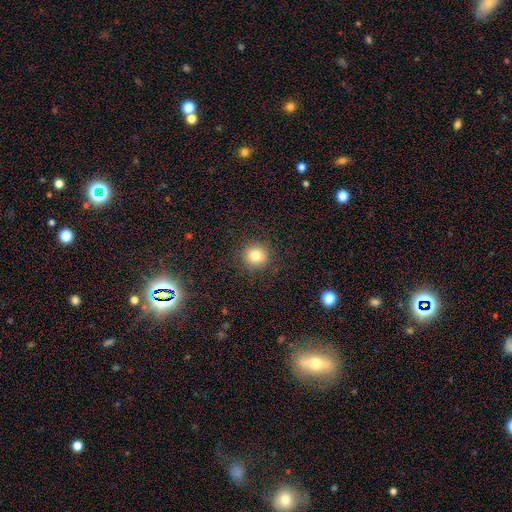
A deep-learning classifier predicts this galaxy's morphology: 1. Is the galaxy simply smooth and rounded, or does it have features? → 79% smooth, 13% star or artifact, 8% featured or disk.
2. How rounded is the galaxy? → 90% round, 9% in between, 1% cigar-shaped.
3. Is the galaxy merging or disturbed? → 88% none, 8% minor disturbance, 3% major disturbance, 1% merger.